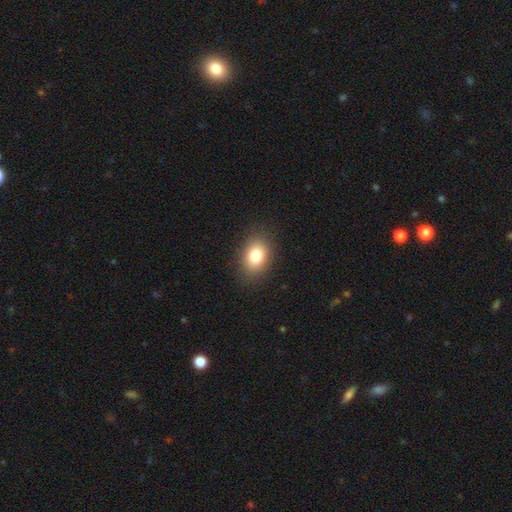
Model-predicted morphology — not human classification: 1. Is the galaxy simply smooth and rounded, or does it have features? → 81% smooth, 10% star or artifact, 9% featured or disk.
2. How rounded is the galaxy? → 76% in between, 23% round, 1% cigar-shaped.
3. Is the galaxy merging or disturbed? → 87% none, 9% minor disturbance, 3% major disturbance, 1% merger.